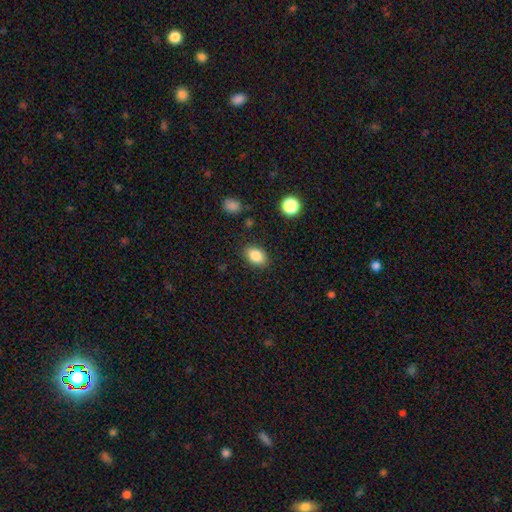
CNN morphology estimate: A smooth galaxy with no disk features (85%) that is in between round and cigar-shaped (84%).

Vote fractions:
- Smooth or featured? smooth: 85% / star or artifact: 9% / featured or disk: 6%
- How rounded? in between: 84% / round: 15% / cigar-shaped: 1%
- Merging? none: 86% / minor disturbance: 10% / major disturbance: 3% / merger: 2%